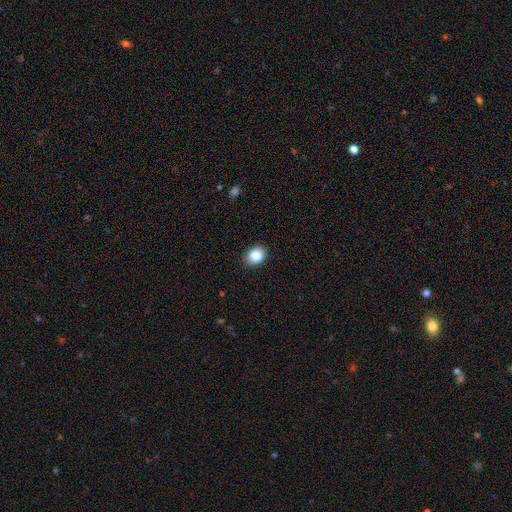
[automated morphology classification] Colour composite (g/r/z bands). It shows a smooth galaxy with no disk features (86%) that is round (50%). Merging: none (88%).